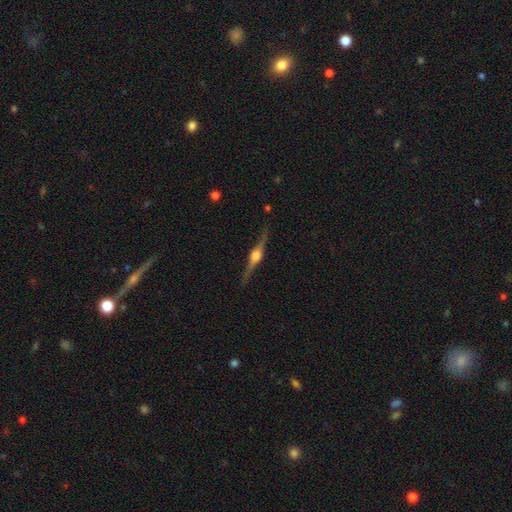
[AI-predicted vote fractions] smooth-or-featured: featured or disk: 87% | smooth: 8% | star or artifact: 5%
  disk-edge-on: yes: 98% | no: 2%
    edge-on-bulge: rounded: 93% | boxy: 5% | none: 1%
  merging: none: 88% | minor disturbance: 9% | major disturbance: 2% | merger: 1%